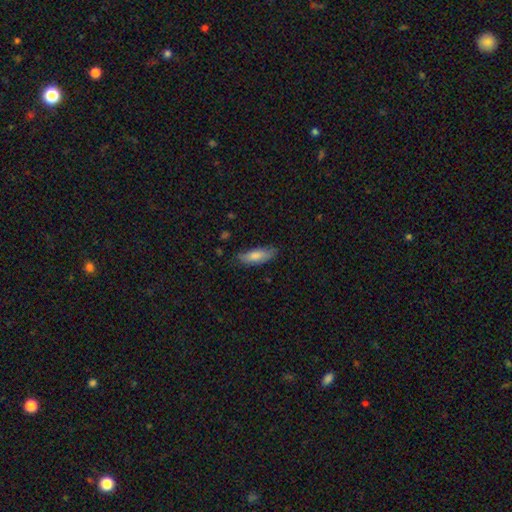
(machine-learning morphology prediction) type=smooth (81%); roundness=in between (62%); merging=none (73%).